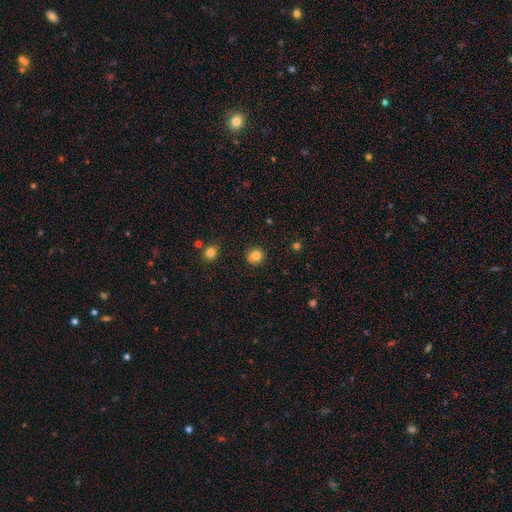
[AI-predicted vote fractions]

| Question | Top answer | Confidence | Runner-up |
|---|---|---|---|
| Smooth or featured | smooth | 77% | star or artifact (13%) |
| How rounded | round | 85% | in between (14%) |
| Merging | none | 64% | merger (20%) |